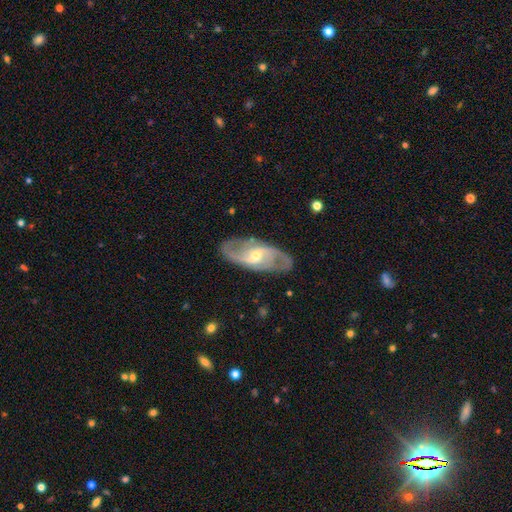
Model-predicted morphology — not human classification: The model was most divided on "bulge size": small: 52%, moderate: 45%, large: 2%, none: 1%, dominant: 1%. Remaining: spiral arms — yes (94%); edge-on disk — no (92%); smooth or featured — featured or disk (85%); merging — none (82%); spiral arm count — 2 (76%); spiral winding — medium (49%); bar — weak (45%).